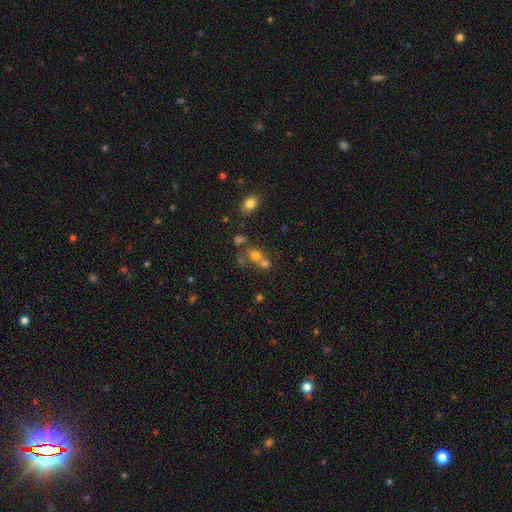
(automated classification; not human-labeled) smooth 67%, star or artifact 17%, featured or disk 16%. Down the decision tree: how rounded — round (67%); merging — merger (52%).